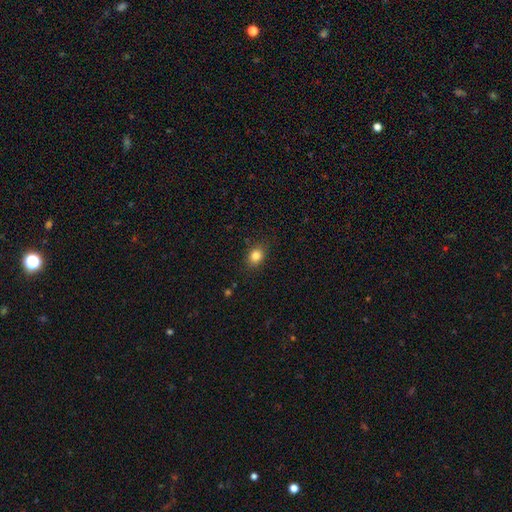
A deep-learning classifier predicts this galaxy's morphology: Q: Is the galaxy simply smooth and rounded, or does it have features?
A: smooth — 83%.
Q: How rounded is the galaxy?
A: in between — 50%.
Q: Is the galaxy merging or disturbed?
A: none — 85%.